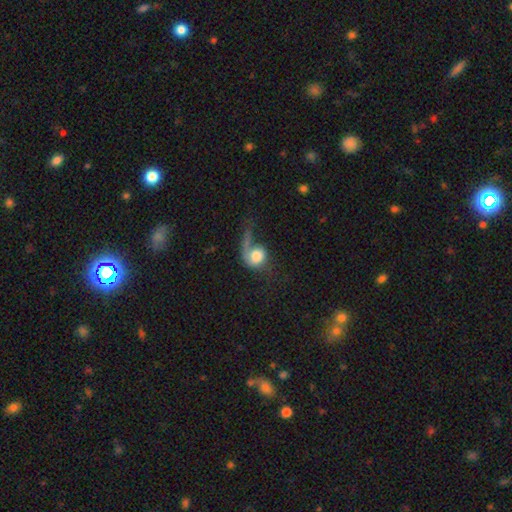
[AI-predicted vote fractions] A smooth galaxy with no disk features (53%) that is round (69%).

Vote fractions:
- Smooth or featured? smooth: 53% / featured or disk: 39% / star or artifact: 8%
- How rounded? round: 69% / in between: 30% / cigar-shaped: 2%
- Merging? major disturbance: 50% / none: 26% / minor disturbance: 17% / merger: 6%